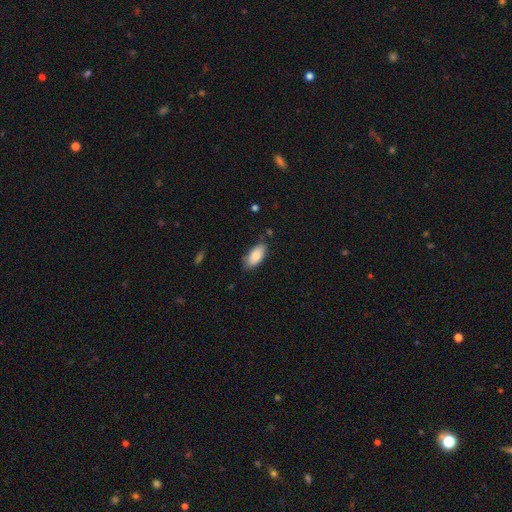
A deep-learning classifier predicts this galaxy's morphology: Smooth or featured?
  - smooth: 84% *
  - featured or disk: 9%
  - star or artifact: 6%
How rounded?
  - in between: 91% *
  - cigar-shaped: 7%
  - round: 2%
Merging?
  - none: 79% *
  - minor disturbance: 16%
  - major disturbance: 3%
  - merger: 2%